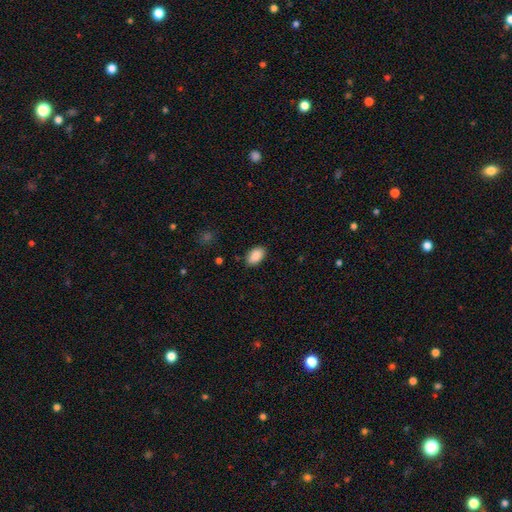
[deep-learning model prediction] Morphology: type=smooth (90%); roundness=in between (93%); merging=none (86%).